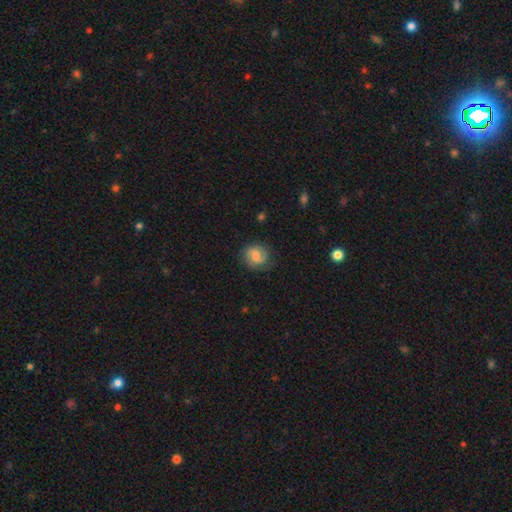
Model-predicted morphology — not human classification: A featured or disk galaxy (57%) with a weak bar (50%), 2 (81%) medium (45%) spiral arms (92%) and a moderate central bulge (40%). Merging: none (80%).